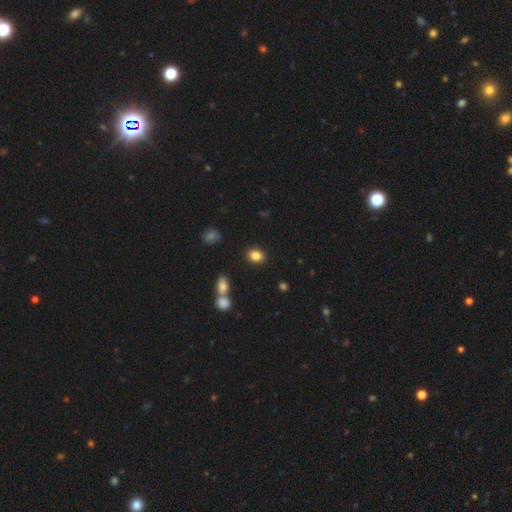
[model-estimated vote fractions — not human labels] Morphology: type=smooth (84%); roundness=in between (52%); merging=none (87%).